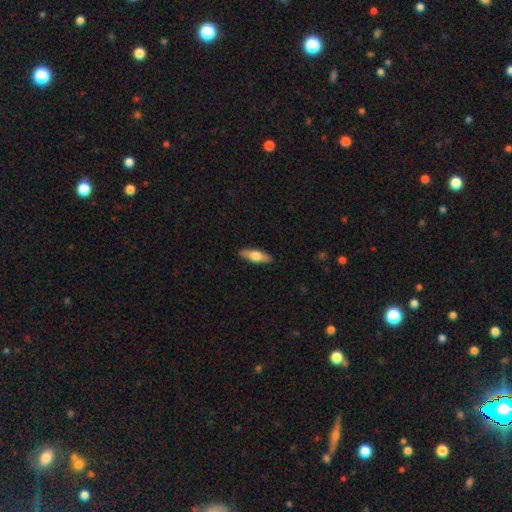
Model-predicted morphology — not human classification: Smooth or featured? smooth (63%)
How rounded? in between (56%)
Merging? none (89%)